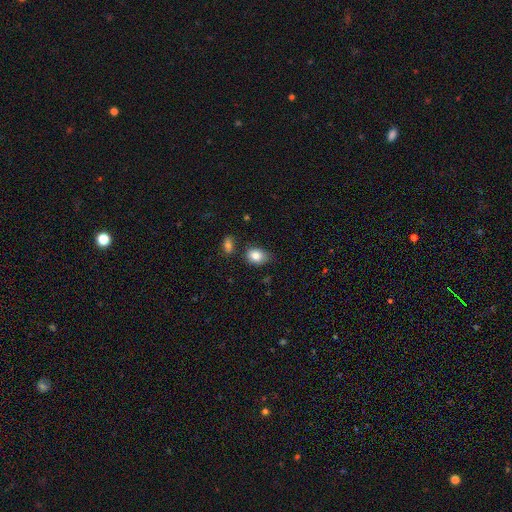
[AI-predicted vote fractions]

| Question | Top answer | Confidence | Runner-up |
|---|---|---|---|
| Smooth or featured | smooth | 82% | star or artifact (9%) |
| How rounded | in between | 68% | round (31%) |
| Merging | none | 66% | minor disturbance (23%) |